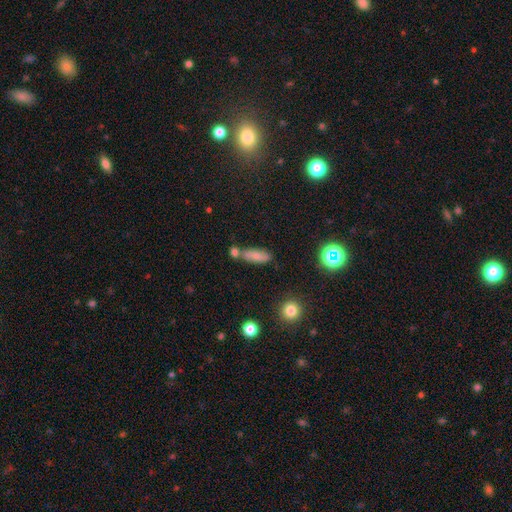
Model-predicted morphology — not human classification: Smooth or featured? smooth (69%)
How rounded? in between (68%)
Merging? none (59%)